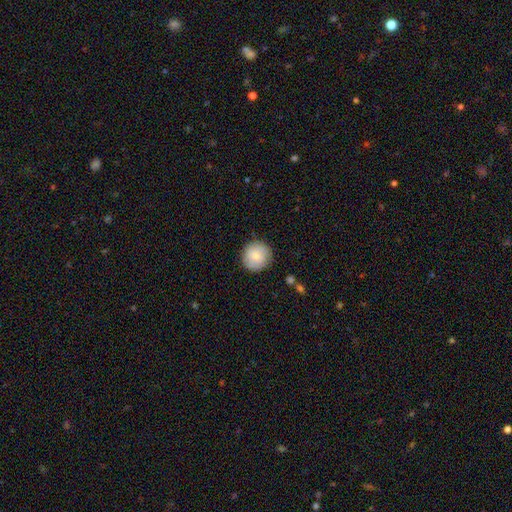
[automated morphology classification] This appears to be a smooth galaxy with no disk features (81%) that is round (95%). Merging: none (88%).